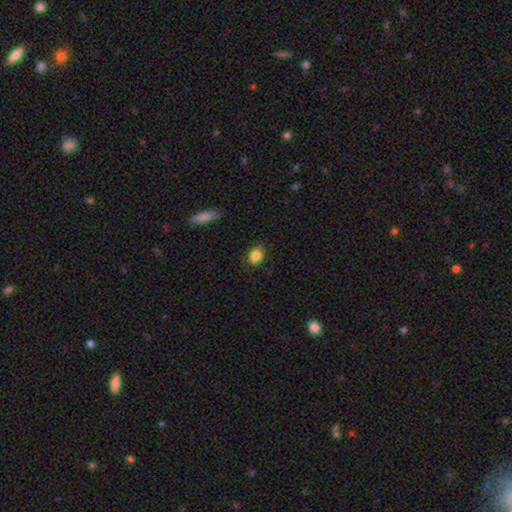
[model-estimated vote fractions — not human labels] smooth 86%, star or artifact 9%, featured or disk 5%. Down the decision tree: how rounded — in between (60%); merging — none (84%).